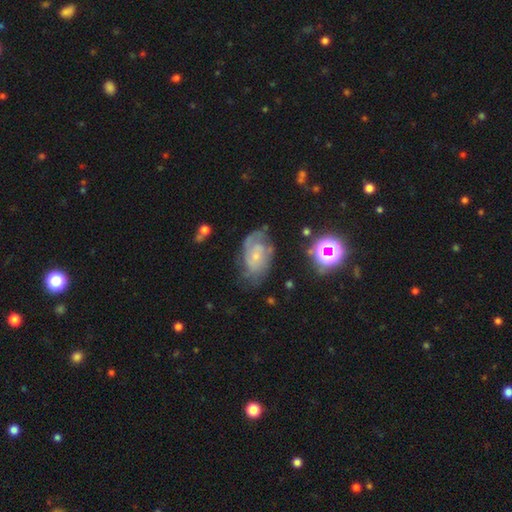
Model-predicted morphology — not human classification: Smooth or featured? featured or disk (74%)
Edge-on disk? no (96%)
Bar? no (69%)
Spiral arms? yes (89%)
Spiral winding? tight (49%)
Spiral arm count? can't tell (40%)
Bulge size? small (71%)
Merging? none (57%)